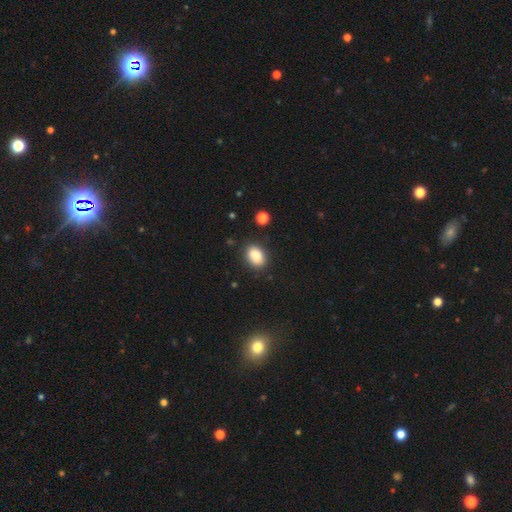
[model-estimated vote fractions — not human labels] smooth_or_featured: smooth (p=0.87) [alt: star or artifact p=0.08]
how_rounded: in between (p=0.81) [alt: round p=0.18]
merging: none (p=0.84) [alt: minor disturbance p=0.11]